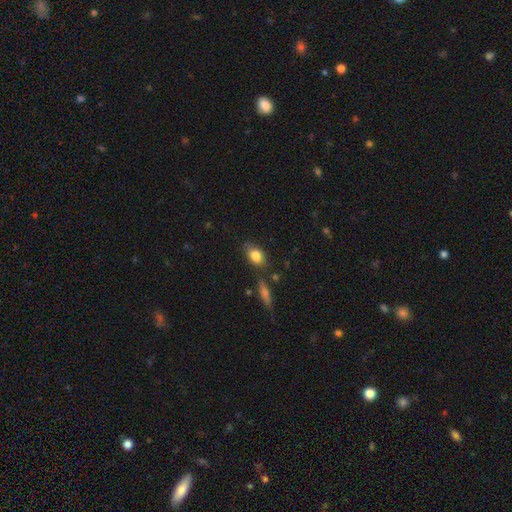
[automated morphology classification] Smooth or featured: smooth — 82% (featured or disk — 10%)
How rounded: in between — 79% (round — 18%)
Merging: none — 68% (minor disturbance — 20%)